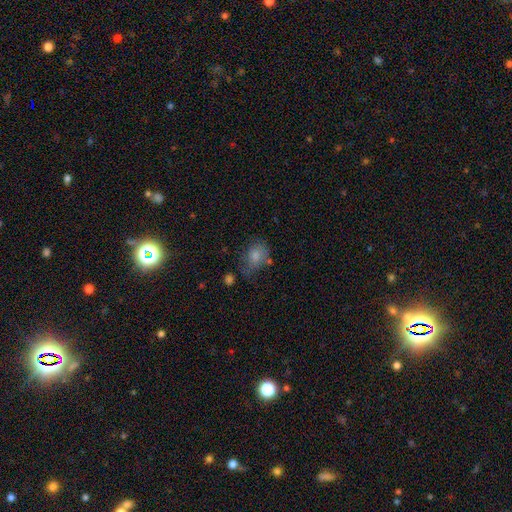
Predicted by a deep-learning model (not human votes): The model was most divided on "how rounded": in between: 57%, round: 42%, cigar-shaped: 1%. Remaining: smooth or featured — smooth (79%); merging — none (48%).